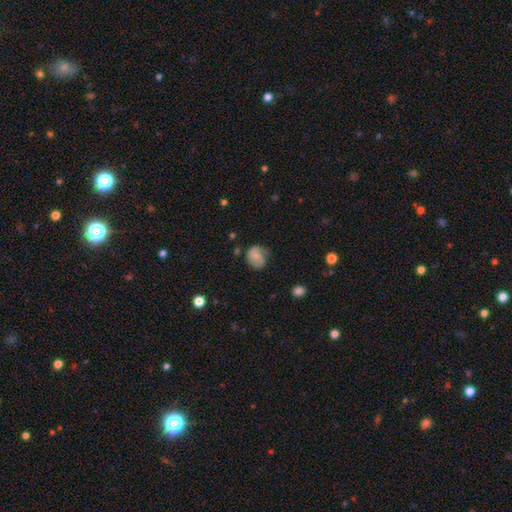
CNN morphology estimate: Smooth or featured: smooth — 69% (featured or disk — 21%)
How rounded: round — 58% (in between — 41%)
Merging: none — 49% (minor disturbance — 33%)